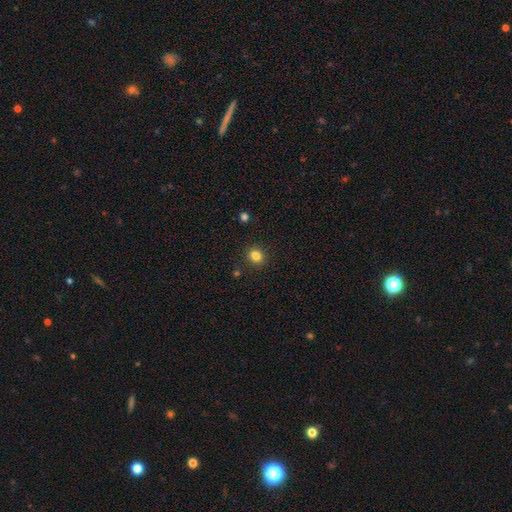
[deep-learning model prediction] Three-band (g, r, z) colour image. It shows a smooth galaxy with no disk features (83%) that is round (74%). Merging: none (89%).